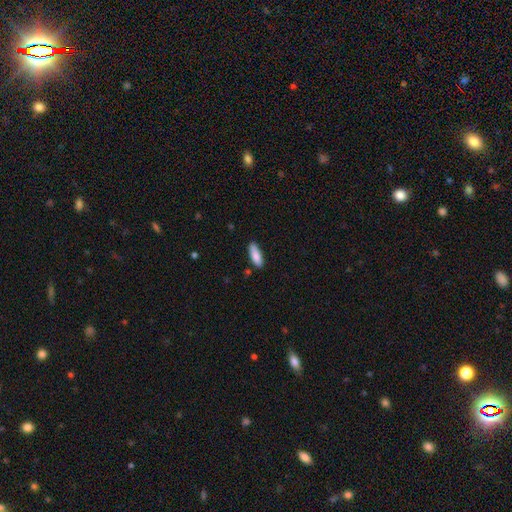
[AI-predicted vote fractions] Smooth or featured: smooth — 83% (featured or disk — 11%)
How rounded: in between — 61% (cigar-shaped — 37%)
Merging: none — 83% (minor disturbance — 13%)